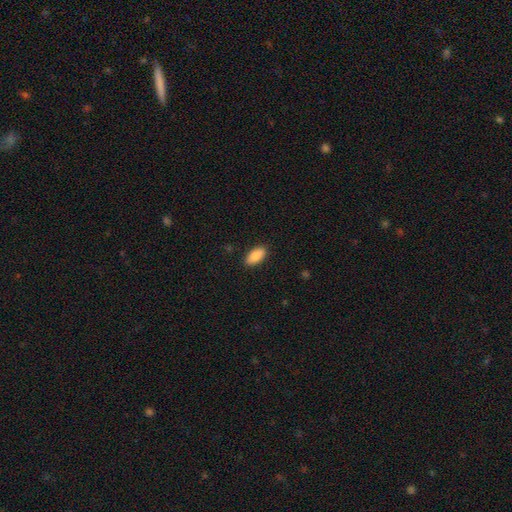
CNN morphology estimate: Smooth or featured?
  - smooth: 89% *
  - star or artifact: 6%
  - featured or disk: 5%
How rounded?
  - in between: 91% *
  - cigar-shaped: 7%
  - round: 2%
Merging?
  - none: 89% *
  - minor disturbance: 8%
  - major disturbance: 2%
  - merger: 1%